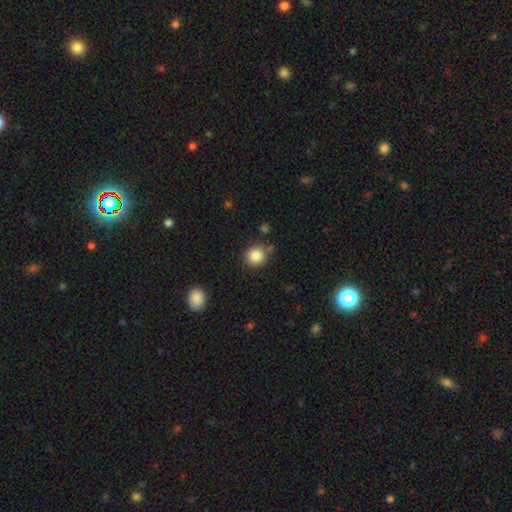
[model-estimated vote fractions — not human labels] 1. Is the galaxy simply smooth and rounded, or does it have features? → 86% smooth, 10% star or artifact, 4% featured or disk.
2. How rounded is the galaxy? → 89% round, 10% in between, 1% cigar-shaped.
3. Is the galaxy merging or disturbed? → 82% none, 10% minor disturbance, 5% merger, 3% major disturbance.